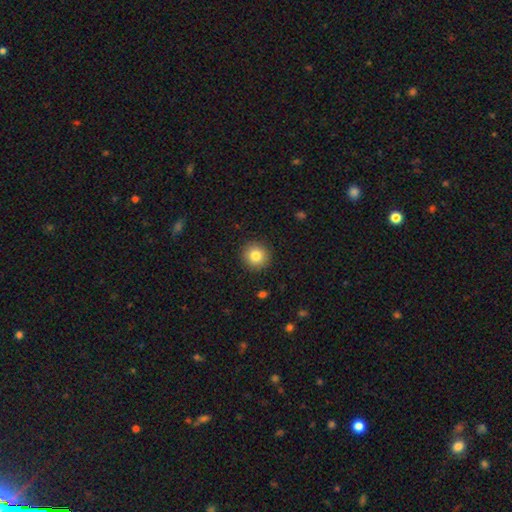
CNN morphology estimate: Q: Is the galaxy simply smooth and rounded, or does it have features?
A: smooth — 82%.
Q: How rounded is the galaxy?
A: round — 94%.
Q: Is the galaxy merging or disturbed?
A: none — 92%.